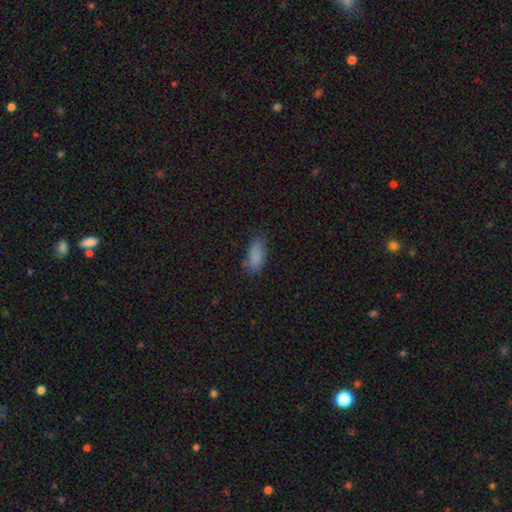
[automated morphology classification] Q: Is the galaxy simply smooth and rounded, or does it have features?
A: smooth — 85%.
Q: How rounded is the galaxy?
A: in between — 87%.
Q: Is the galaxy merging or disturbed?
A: none — 72%.